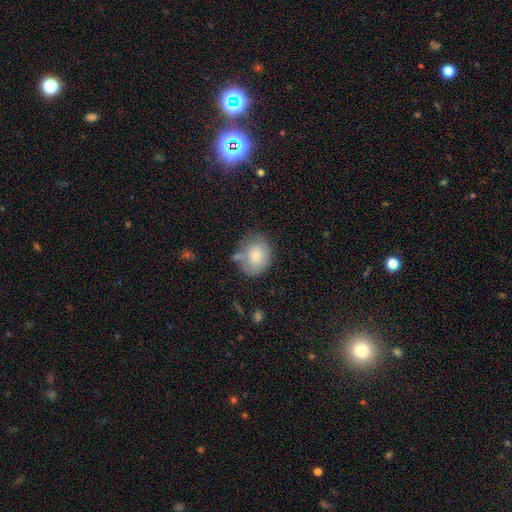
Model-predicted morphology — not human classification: A smooth galaxy with no disk features (79%) that is round (50%).

Vote fractions:
- Smooth or featured? smooth: 79% / featured or disk: 13% / star or artifact: 7%
- How rounded? round: 50% / in between: 49% / cigar-shaped: 1%
- Merging? none: 57% / minor disturbance: 25% / merger: 10% / major disturbance: 8%